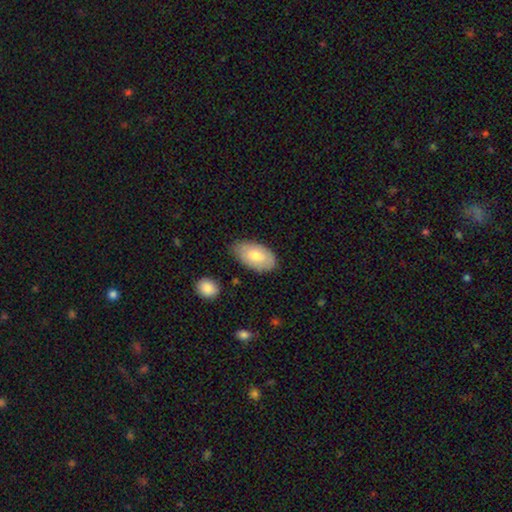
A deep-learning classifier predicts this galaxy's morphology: This is likely a smooth galaxy (74%). How rounded: clearly in between (94%). Merging: likely none (74%).